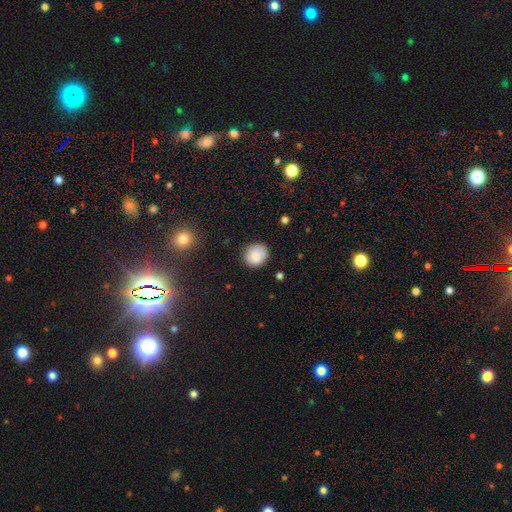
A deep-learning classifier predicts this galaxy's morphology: type=smooth (87%); roundness=round (78%); merging=none (85%).